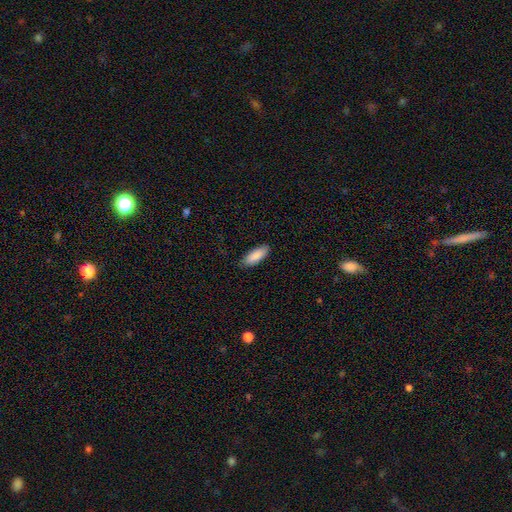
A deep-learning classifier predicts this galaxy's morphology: Q: Smooth or featured?
A: smooth (89%); runner-up: star or artifact (6%)
Q: How rounded?
A: in between (73%); runner-up: cigar-shaped (26%)
Q: Merging?
A: none (86%); runner-up: minor disturbance (11%)